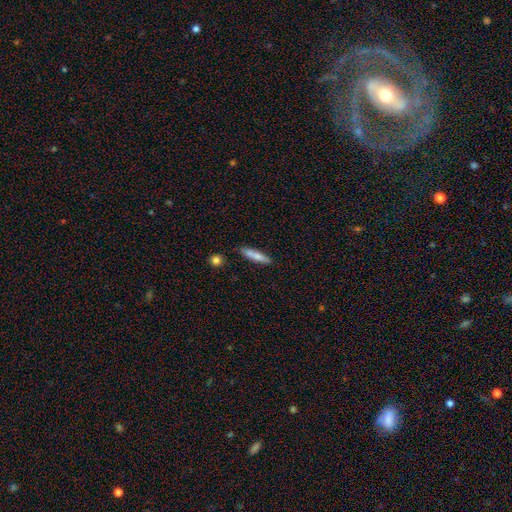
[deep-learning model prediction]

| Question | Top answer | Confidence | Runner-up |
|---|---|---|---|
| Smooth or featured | smooth | 76% | featured or disk (18%) |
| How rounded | cigar-shaped | 85% | in between (13%) |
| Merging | none | 83% | minor disturbance (12%) |